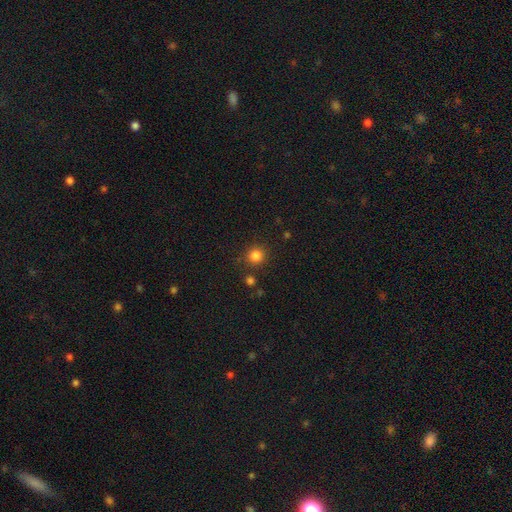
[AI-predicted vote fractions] The model was most divided on "smooth or featured": smooth: 83%, star or artifact: 13%, featured or disk: 4%. More confident: how rounded — round (93%); merging — none (85%).